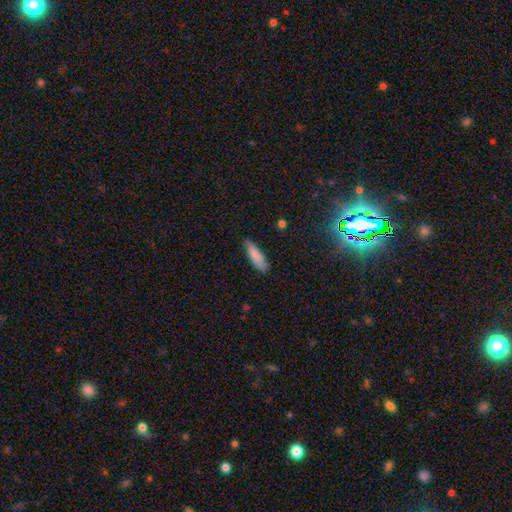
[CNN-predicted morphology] smooth-or-featured: smooth: 80% | featured or disk: 13% | star or artifact: 7%
  how-rounded: cigar-shaped: 52% | in between: 46% | round: 2%
  merging: none: 70% | minor disturbance: 25% | major disturbance: 4% | merger: 2%